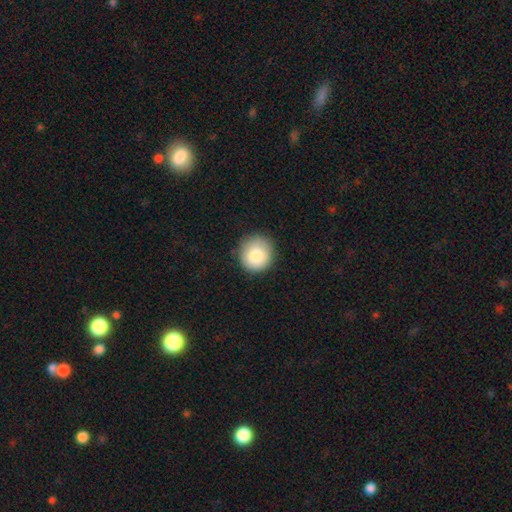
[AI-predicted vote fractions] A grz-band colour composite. It shows a smooth galaxy with no disk features (84%) that is round (92%). Merging: none (86%).